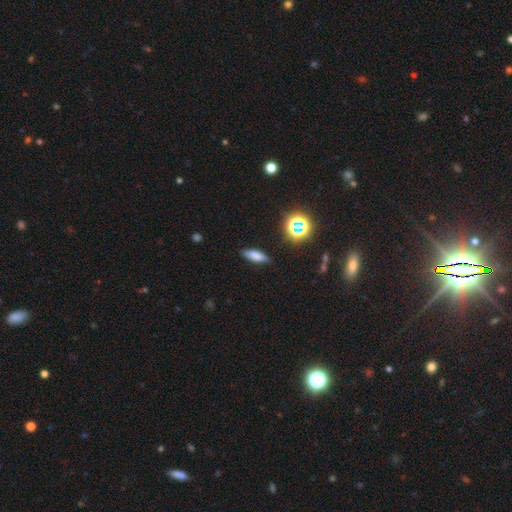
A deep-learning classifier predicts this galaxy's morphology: A smooth galaxy with no disk features (75%) that is in between round and cigar-shaped (56%).

Vote fractions:
- Smooth or featured? smooth: 75% / star or artifact: 14% / featured or disk: 11%
- How rounded? in between: 56% / cigar-shaped: 40% / round: 4%
- Merging? none: 85% / minor disturbance: 11% / major disturbance: 3% / merger: 2%